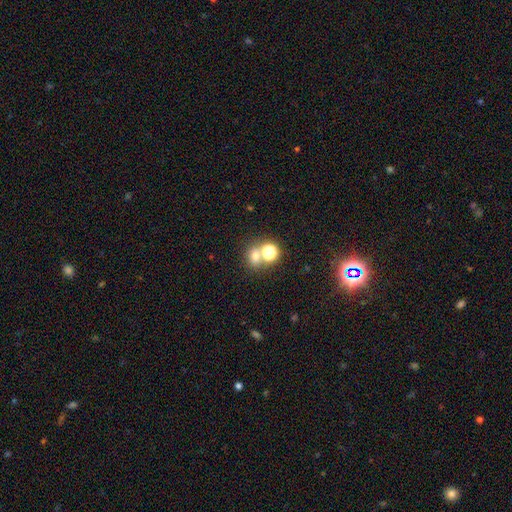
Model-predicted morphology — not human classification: Smooth or featured? smooth (65%)
How rounded? round (67%)
Merging? none (58%)